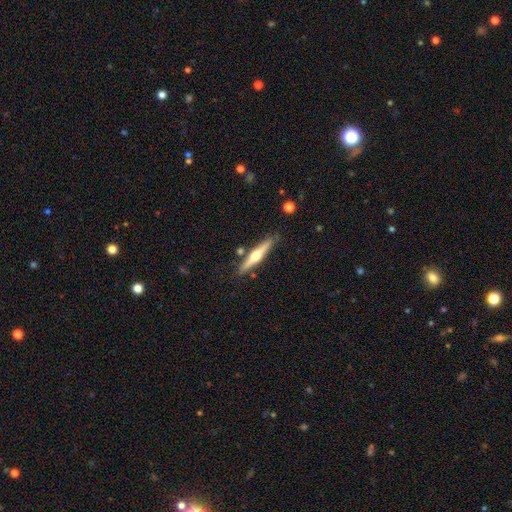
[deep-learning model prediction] smooth-or-featured: featured or disk: 63% | smooth: 32% | star or artifact: 5%
  disk-edge-on: yes: 97% | no: 3%
    edge-on-bulge: rounded: 92% | none: 5% | boxy: 3%
  merging: none: 84% | minor disturbance: 10% | merger: 4% | major disturbance: 2%